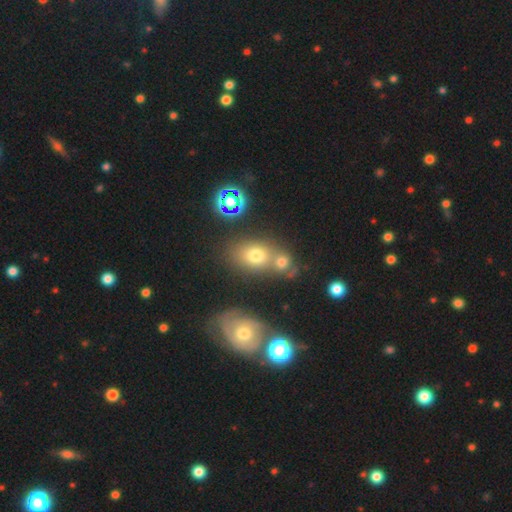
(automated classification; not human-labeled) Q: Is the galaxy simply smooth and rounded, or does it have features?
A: smooth — 67%.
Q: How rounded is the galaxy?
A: in between — 63%.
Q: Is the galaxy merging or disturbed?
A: none — 45%.